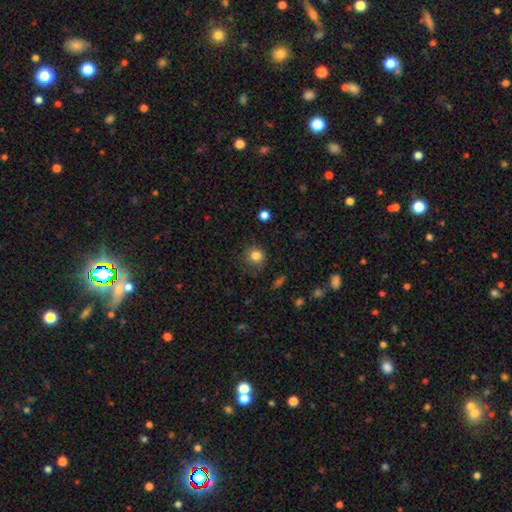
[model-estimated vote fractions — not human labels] smooth_or_featured: smooth (p=0.83) [alt: star or artifact p=0.11]
how_rounded: round (p=0.89) [alt: in between p=0.10]
merging: none (p=0.81) [alt: minor disturbance p=0.14]